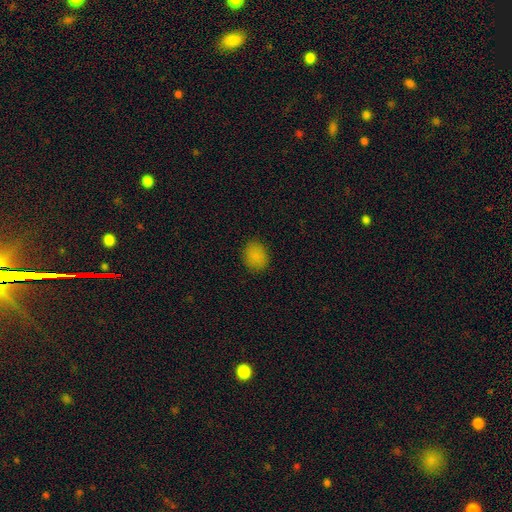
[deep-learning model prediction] smooth_or_featured: smooth (p=0.84) [alt: star or artifact p=0.12]
how_rounded: round (p=0.53) [alt: in between p=0.46]
merging: none (p=0.86) [alt: minor disturbance p=0.10]